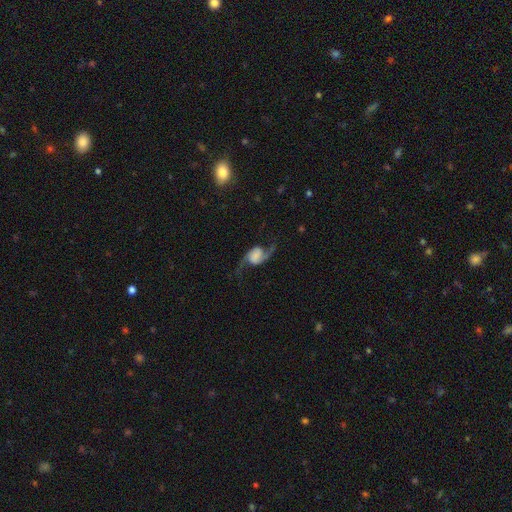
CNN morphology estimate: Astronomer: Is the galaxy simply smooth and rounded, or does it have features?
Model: featured or disk — 85%.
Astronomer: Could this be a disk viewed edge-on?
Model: no — 97%.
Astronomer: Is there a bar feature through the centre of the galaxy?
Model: no — 57%.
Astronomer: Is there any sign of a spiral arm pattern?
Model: yes — 97%.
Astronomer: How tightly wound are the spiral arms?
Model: loose — 79%.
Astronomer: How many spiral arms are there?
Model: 2 — 94%.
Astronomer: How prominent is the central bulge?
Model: none — 38% (runner-up: large, 23%).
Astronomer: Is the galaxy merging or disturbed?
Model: none — 73%.